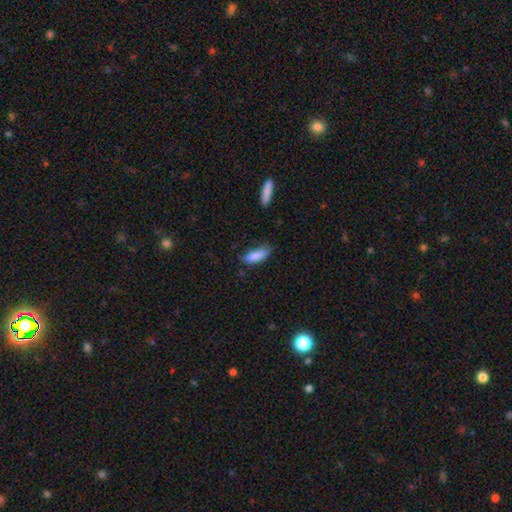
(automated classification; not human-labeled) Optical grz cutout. It shows a smooth galaxy with no disk features (86%) that is in between round and cigar-shaped (71%). Merging: none (63%).